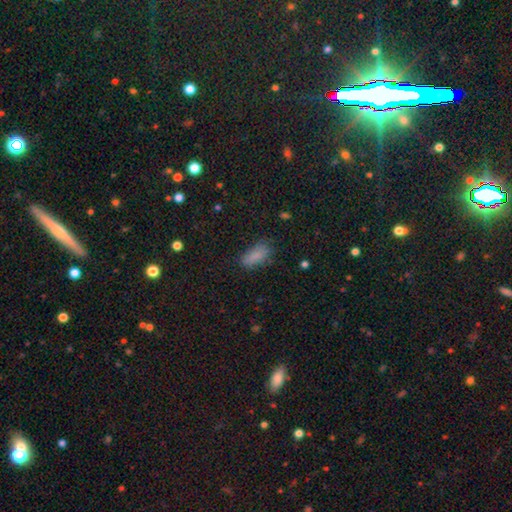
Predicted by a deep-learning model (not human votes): Overall: smooth (83%). How rounded: in between (85%). Merging: none (72%).